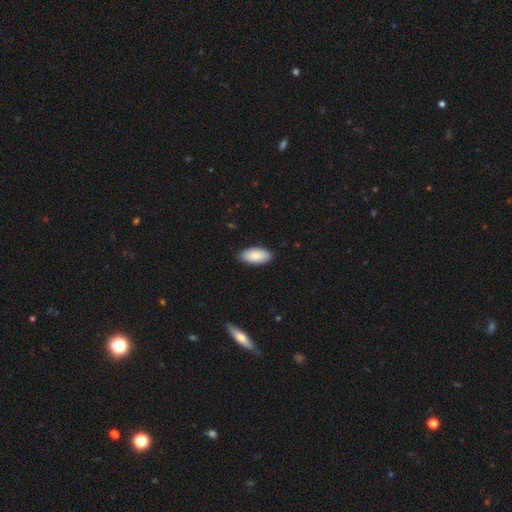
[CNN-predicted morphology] smooth 87%, featured or disk 8%, star or artifact 6%. Down the decision tree: how rounded — in between (93%); merging — none (87%).